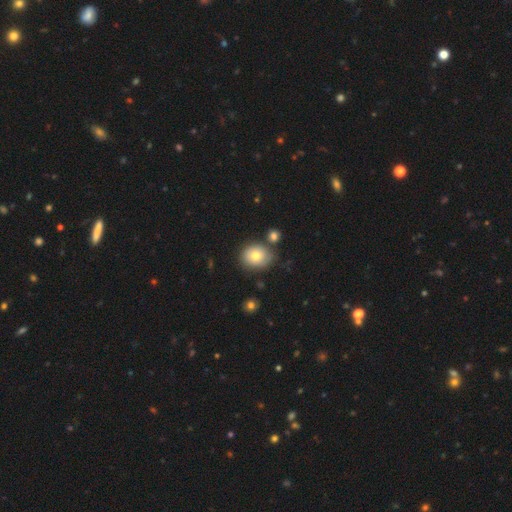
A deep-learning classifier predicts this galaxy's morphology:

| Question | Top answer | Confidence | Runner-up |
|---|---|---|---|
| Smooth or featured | smooth | 73% | featured or disk (18%) |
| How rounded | round | 61% | in between (38%) |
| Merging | none | 69% | minor disturbance (17%) |